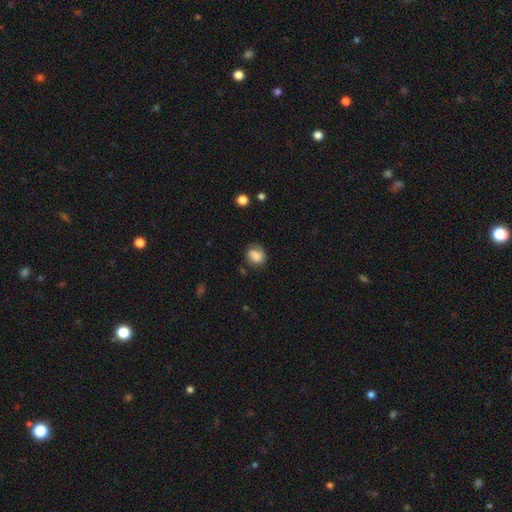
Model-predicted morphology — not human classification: smooth-or-featured: smooth: 79% | featured or disk: 12% | star or artifact: 9%
  how-rounded: round: 61% | in between: 38% | cigar-shaped: 1%
  merging: none: 63% | minor disturbance: 25% | major disturbance: 9% | merger: 2%